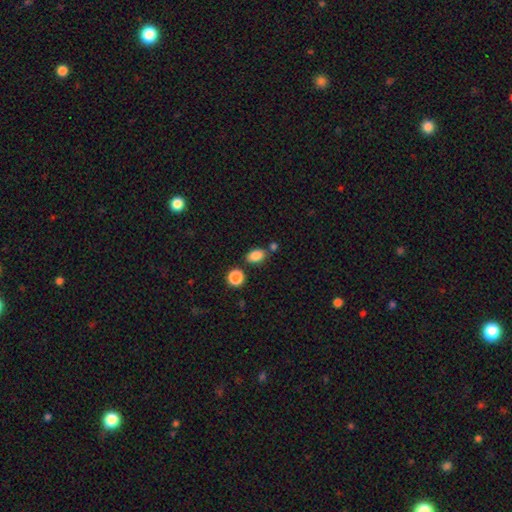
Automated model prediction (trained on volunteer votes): Smooth or featured? smooth (85%)
How rounded? in between (84%)
Merging? none (71%)